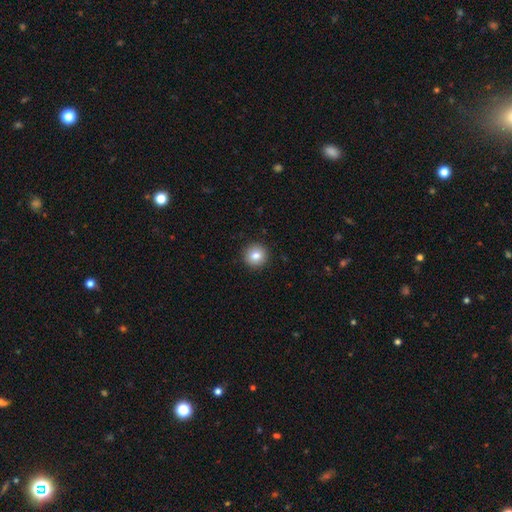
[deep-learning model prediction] A smooth galaxy with no disk features (84%) that is round (95%).

Vote fractions:
- Smooth or featured? smooth: 84% / star or artifact: 9% / featured or disk: 7%
- How rounded? round: 95% / in between: 4% / cigar-shaped: 1%
- Merging? none: 92% / minor disturbance: 5% / major disturbance: 2% / merger: 1%